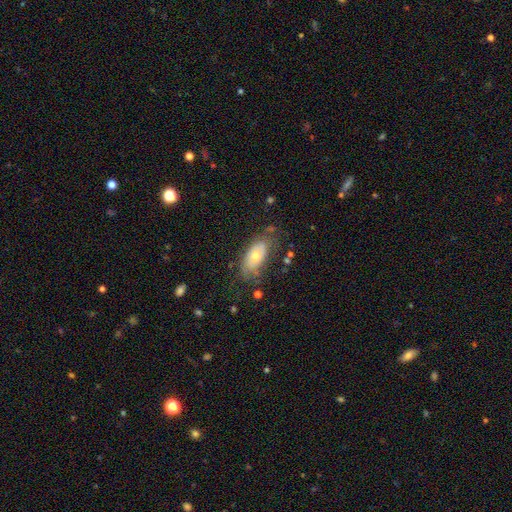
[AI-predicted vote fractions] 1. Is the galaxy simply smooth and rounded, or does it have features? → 48% smooth, 45% featured or disk, 8% star or artifact.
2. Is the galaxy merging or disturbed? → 58% none, 27% minor disturbance, 13% major disturbance, 3% merger.